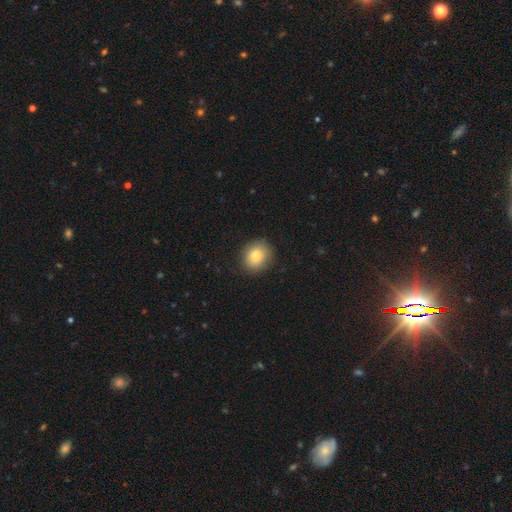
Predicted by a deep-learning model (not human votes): Smooth or featured?
  - smooth: 81% *
  - star or artifact: 10%
  - featured or disk: 9%
How rounded?
  - round: 75% *
  - in between: 24%
  - cigar-shaped: 1%
Merging?
  - none: 87% *
  - minor disturbance: 10%
  - major disturbance: 2%
  - merger: 1%